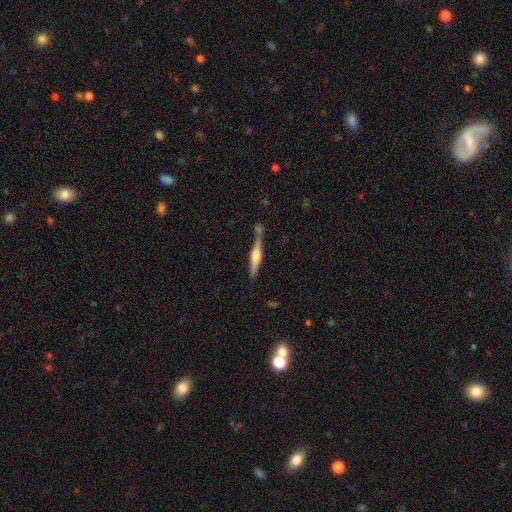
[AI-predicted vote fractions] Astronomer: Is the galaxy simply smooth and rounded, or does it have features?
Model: featured or disk — 71%.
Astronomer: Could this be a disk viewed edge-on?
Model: yes — 97%.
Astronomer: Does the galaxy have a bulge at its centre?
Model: rounded — 77%.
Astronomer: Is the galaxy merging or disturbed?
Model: none — 72%.